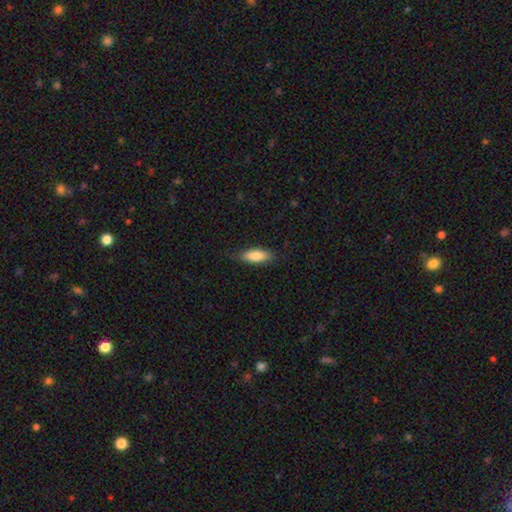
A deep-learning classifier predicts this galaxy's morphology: smooth_or_featured: smooth (p=0.83) [alt: featured or disk p=0.11]
how_rounded: in between (p=0.67) [alt: cigar-shaped p=0.31]
merging: none (p=0.79) [alt: minor disturbance p=0.17]